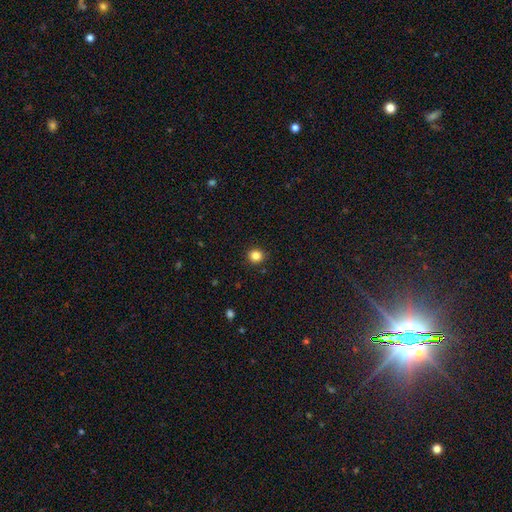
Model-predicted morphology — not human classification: Smooth or featured? Predicted: smooth (p=0.84). How rounded? Predicted: round (p=0.90). Merging? Predicted: none (p=0.92).